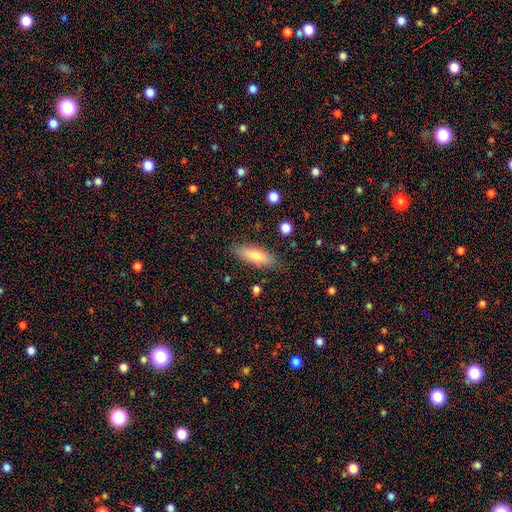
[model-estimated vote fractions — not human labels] Q: Smooth or featured?
A: smooth (73%); runner-up: featured or disk (21%)
Q: How rounded?
A: in between (51%); runner-up: cigar-shaped (46%)
Q: Merging?
A: none (84%); runner-up: minor disturbance (11%)